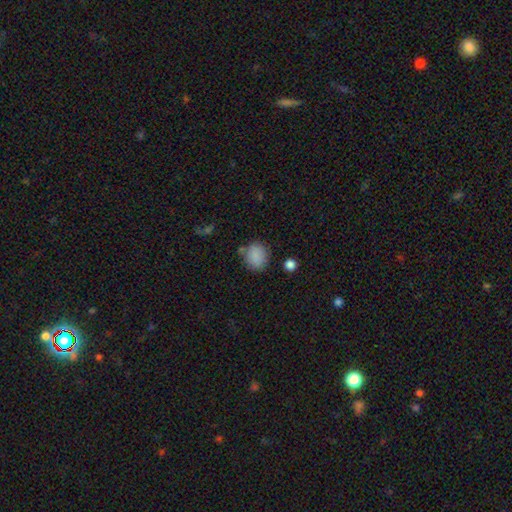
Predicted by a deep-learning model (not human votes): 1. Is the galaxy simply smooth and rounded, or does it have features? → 85% smooth, 9% star or artifact, 5% featured or disk.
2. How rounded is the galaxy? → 65% round, 33% in between, 1% cigar-shaped.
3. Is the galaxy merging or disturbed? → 73% none, 16% minor disturbance, 6% merger, 5% major disturbance.